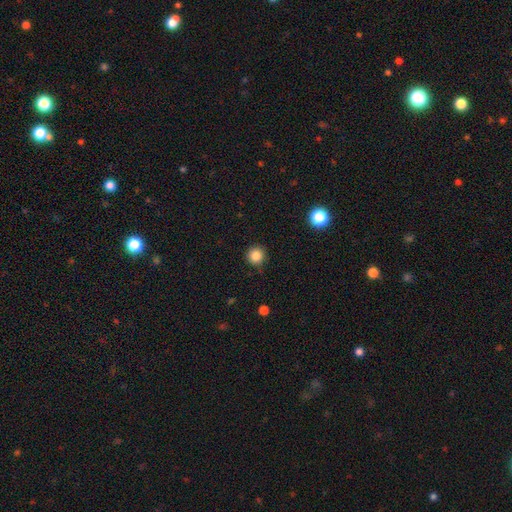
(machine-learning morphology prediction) This is clearly a smooth galaxy (85%). How rounded: clearly round (95%). Merging: clearly none (89%).